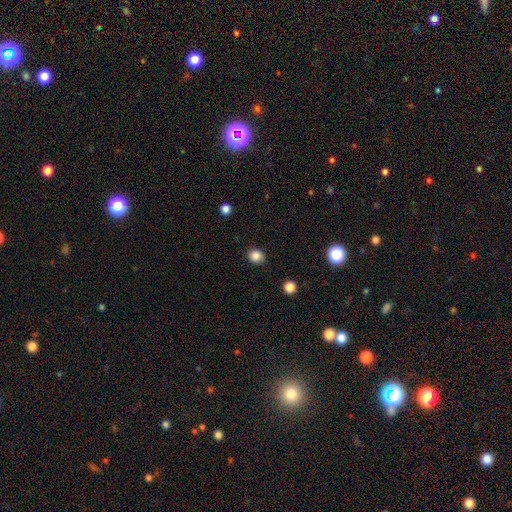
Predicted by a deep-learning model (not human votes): Q: Smooth or featured?
A: smooth (86%); runner-up: star or artifact (11%)
Q: How rounded?
A: round (73%); runner-up: in between (27%)
Q: Merging?
A: none (88%); runner-up: minor disturbance (8%)